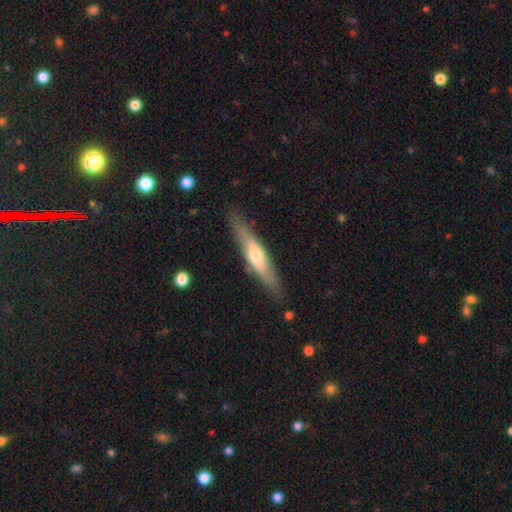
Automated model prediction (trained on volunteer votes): The model was most divided on "smooth or featured": featured or disk: 51%, smooth: 44%, star or artifact: 5%. More confident: merging — none (84%); edge-on disk — yes (83%).